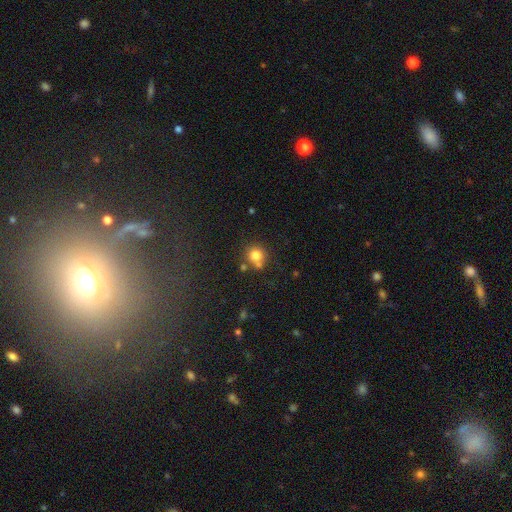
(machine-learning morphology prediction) Smooth or featured? Predicted: smooth (p=0.78). How rounded? Predicted: round (p=0.87). Merging? Predicted: none (p=0.60).